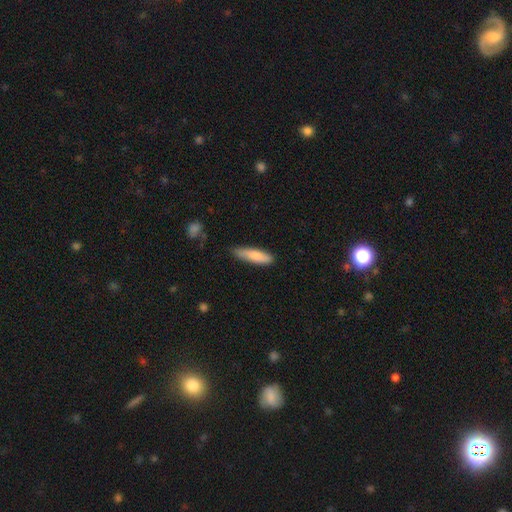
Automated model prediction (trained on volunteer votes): smooth_or_featured: smooth (p=0.80) [alt: featured or disk p=0.14]
how_rounded: cigar-shaped (p=0.72) [alt: in between p=0.27]
merging: none (p=0.76) [alt: minor disturbance p=0.19]